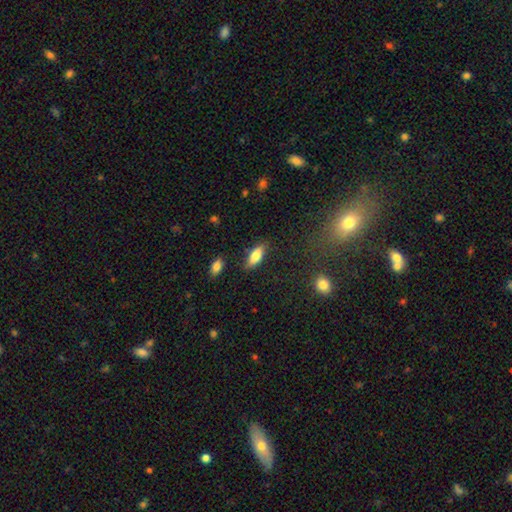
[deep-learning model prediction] A smooth galaxy with no disk features (78%) that is in between round and cigar-shaped (78%).

Vote fractions:
- Smooth or featured? smooth: 78% / featured or disk: 15% / star or artifact: 7%
- How rounded? in between: 78% / cigar-shaped: 20% / round: 2%
- Merging? none: 80% / minor disturbance: 15% / major disturbance: 3% / merger: 2%